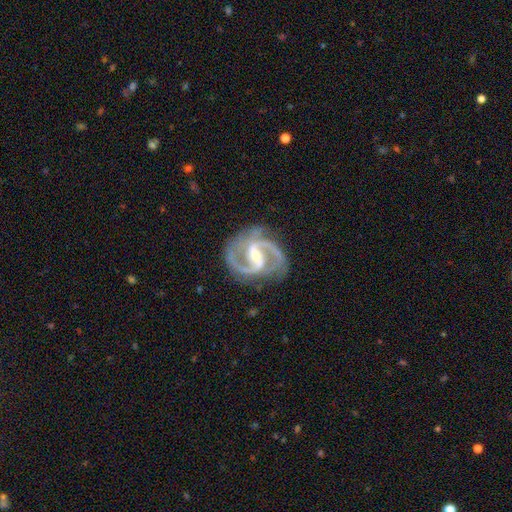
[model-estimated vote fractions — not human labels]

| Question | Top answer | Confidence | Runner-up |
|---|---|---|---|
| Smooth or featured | featured or disk | 94% | star or artifact (4%) |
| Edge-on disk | no | 98% | yes (2%) |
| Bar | strong | 43% | weak (41%) |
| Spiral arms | yes | 99% | no (1%) |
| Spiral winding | medium | 67% | tight (23%) |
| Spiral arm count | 2 | 89% | 3 (6%) |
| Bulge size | small | 55% | moderate (41%) |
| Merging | none | 79% | minor disturbance (15%) |